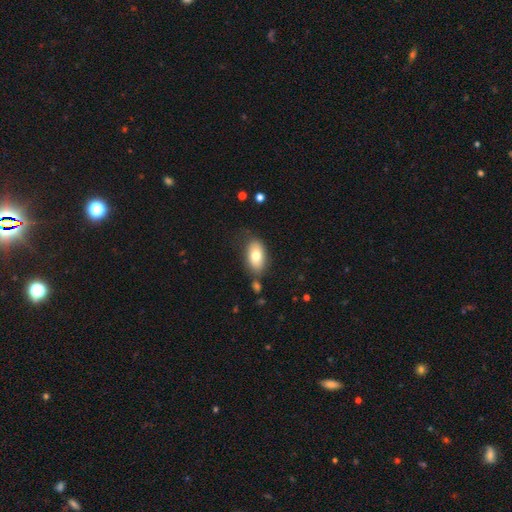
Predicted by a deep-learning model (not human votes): Smooth or featured: smooth — 76% (featured or disk — 17%)
How rounded: in between — 92% (round — 6%)
Merging: none — 73% (minor disturbance — 17%)